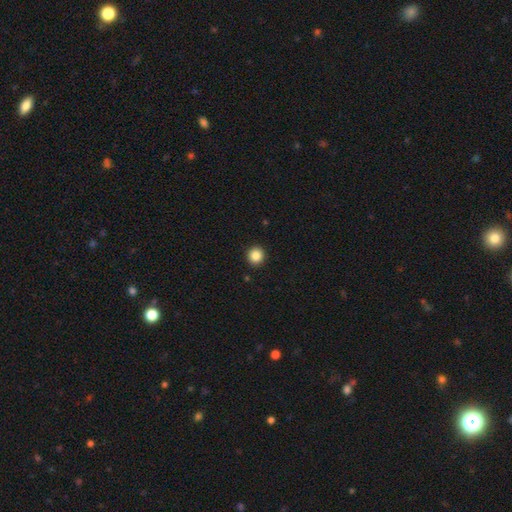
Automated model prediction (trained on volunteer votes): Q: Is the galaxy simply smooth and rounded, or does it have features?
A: smooth — 86%.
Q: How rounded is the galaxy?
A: round — 93%.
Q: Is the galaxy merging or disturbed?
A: none — 93%.